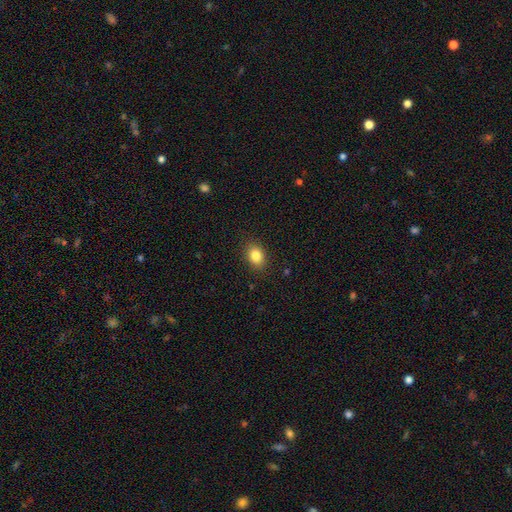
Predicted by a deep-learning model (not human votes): The model was most divided on "how rounded": in between: 72%, round: 27%, cigar-shaped: 1%. More confident: merging — none (88%); smooth or featured — smooth (85%).